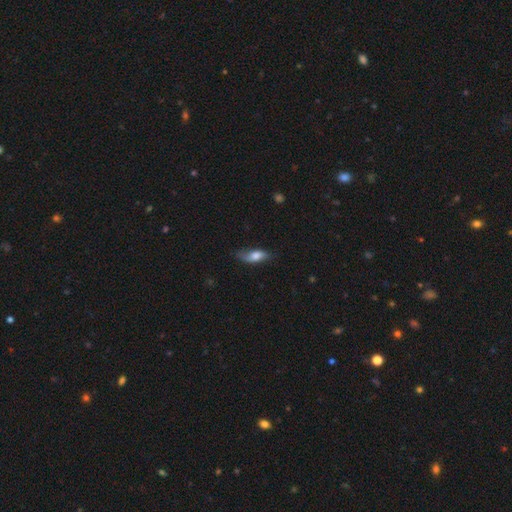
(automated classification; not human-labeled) The model was most divided on "merging": none: 62%, minor disturbance: 28%, major disturbance: 8%, merger: 2%. More confident: how rounded — in between (75%); smooth or featured — smooth (64%).